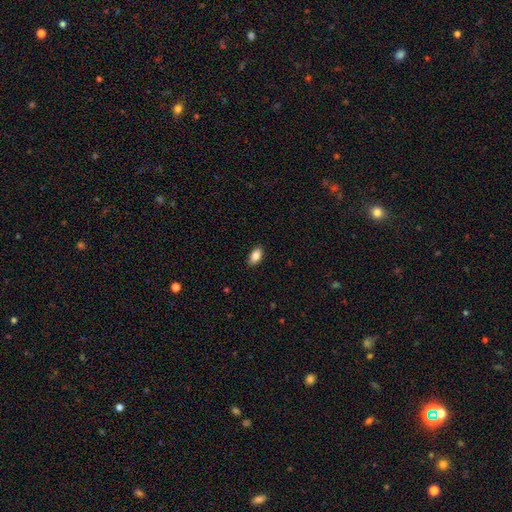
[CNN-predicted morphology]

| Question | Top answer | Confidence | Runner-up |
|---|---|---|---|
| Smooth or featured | smooth | 85% | star or artifact (8%) |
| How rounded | in between | 92% | round (5%) |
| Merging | none | 88% | minor disturbance (9%) |